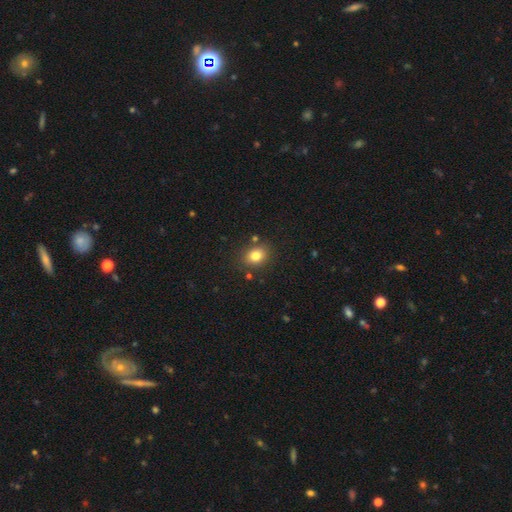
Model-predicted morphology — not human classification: Smooth or featured: smooth — 80% (star or artifact — 12%)
How rounded: round — 54% (in between — 45%)
Merging: none — 82% (minor disturbance — 10%)